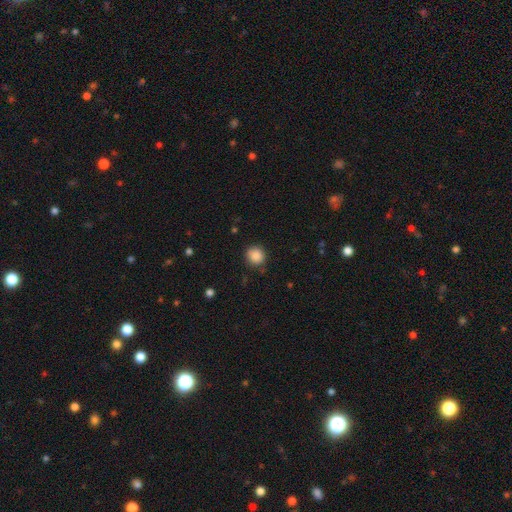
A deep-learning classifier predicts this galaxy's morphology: A smooth galaxy with no disk features (87%) that is round (90%). Merging: none (85%).